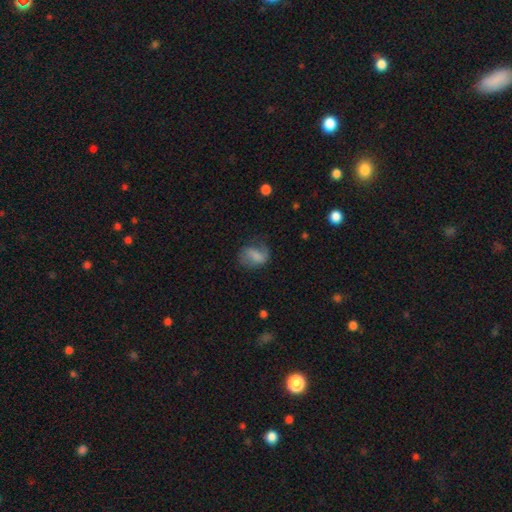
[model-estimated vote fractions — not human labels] smooth-or-featured: smooth: 55% | featured or disk: 36% | star or artifact: 9%
  how-rounded: in between: 69% | round: 29% | cigar-shaped: 2%
  merging: none: 53% | minor disturbance: 26% | major disturbance: 19% | merger: 2%